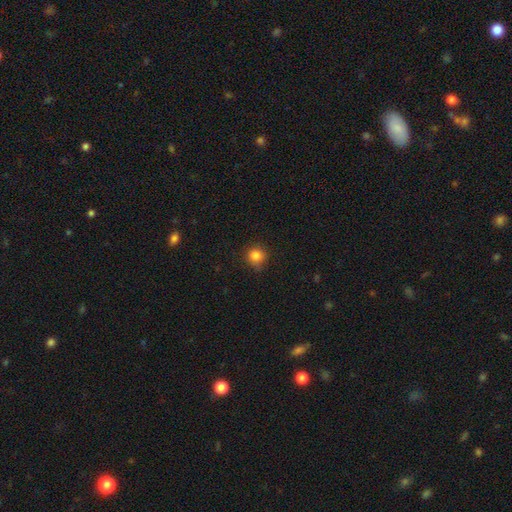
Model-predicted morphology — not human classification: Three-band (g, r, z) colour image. It shows a smooth galaxy with no disk features (84%) that is round (91%). Merging: none (84%).